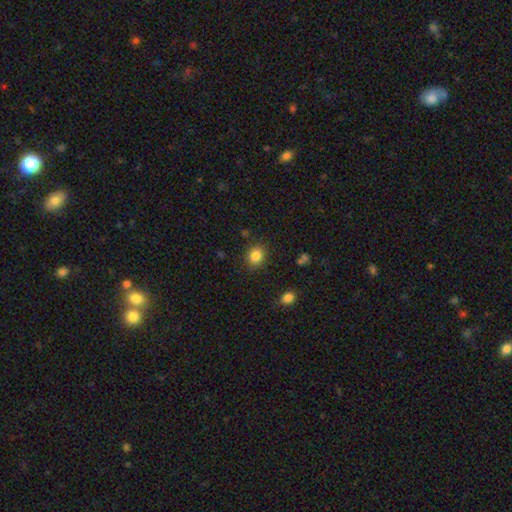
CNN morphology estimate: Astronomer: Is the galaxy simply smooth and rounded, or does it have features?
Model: smooth — 84%.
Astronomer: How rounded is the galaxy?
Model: round — 66%.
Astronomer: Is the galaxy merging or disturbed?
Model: none — 87%.